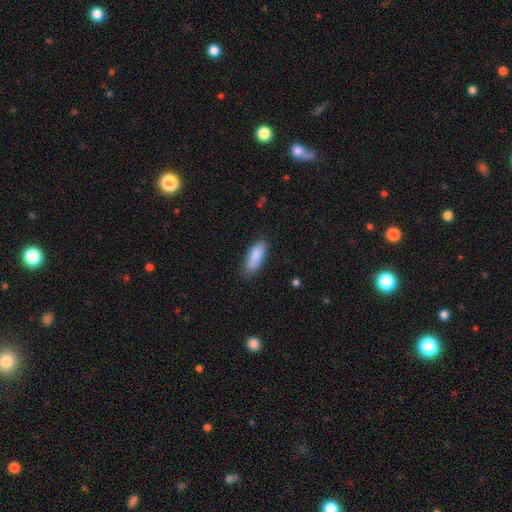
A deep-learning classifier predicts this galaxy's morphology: Overall: smooth (87%). How rounded: in between (74%). Merging: none (80%).